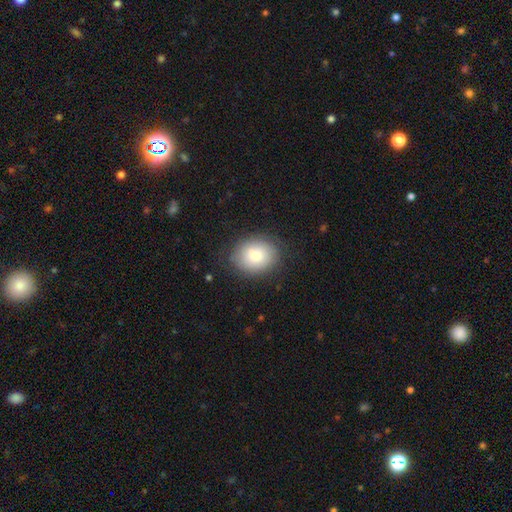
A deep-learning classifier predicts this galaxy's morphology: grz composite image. It shows a smooth galaxy with no disk features (80%) that is round (54%). Merging: none (80%).